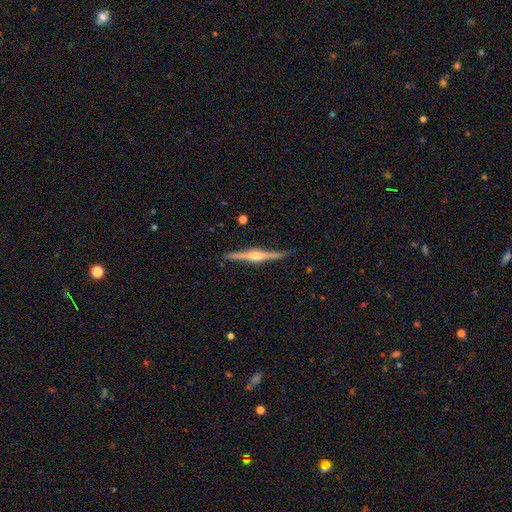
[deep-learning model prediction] A featured or disk galaxy (82%) viewed edge-on (98%) with a rounded central bulge (87%).

Vote fractions:
- Smooth or featured? featured or disk: 82% / smooth: 13% / star or artifact: 5%
- Edge-on disk? yes: 98% / no: 2%
- Edge-on bulge? rounded: 87% / boxy: 9% / none: 5%
- Merging? none: 90% / minor disturbance: 8% / major disturbance: 1% / merger: 1%